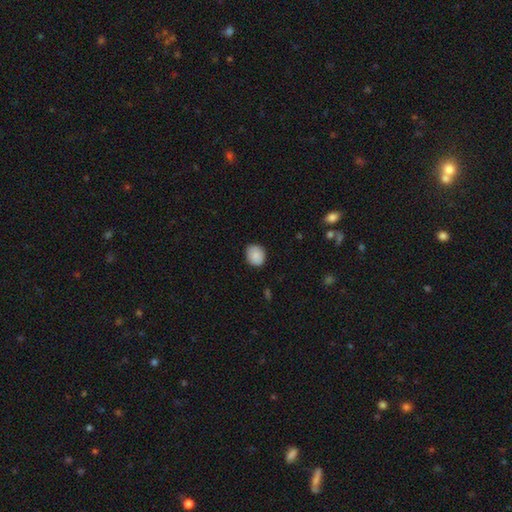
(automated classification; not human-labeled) Smooth or featured? smooth (86%)
How rounded? round (62%)
Merging? none (82%)